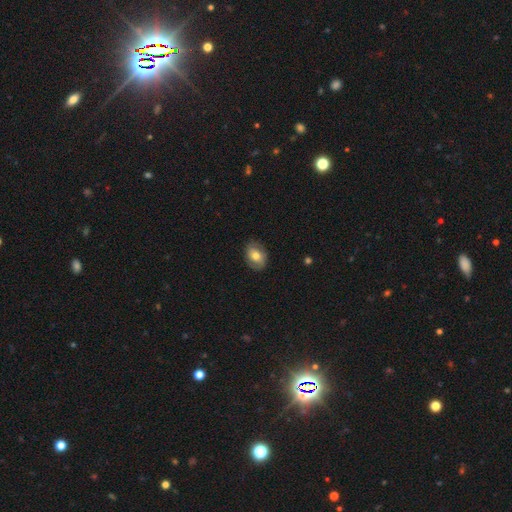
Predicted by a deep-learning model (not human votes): Overall: smooth (65%; featured or disk 27%). How rounded: in between (68%; round 31%). Merging: none (81%).